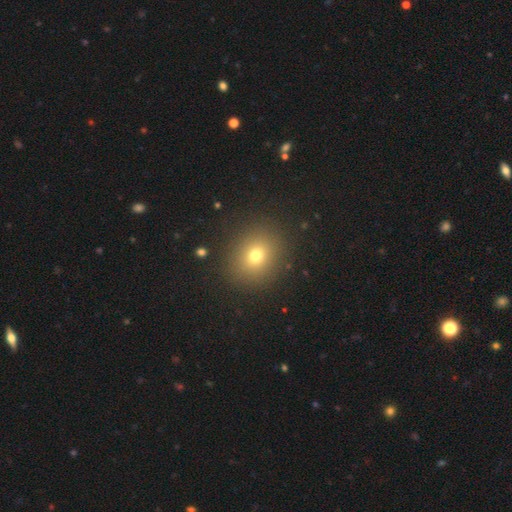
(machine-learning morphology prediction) A smooth galaxy with no disk features (72%) that is round (73%). Merging: none (89%).